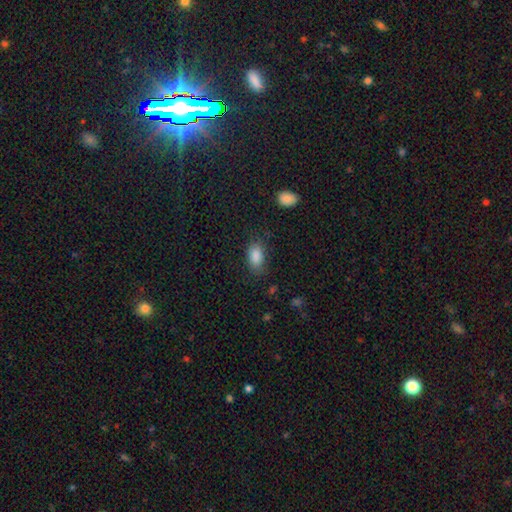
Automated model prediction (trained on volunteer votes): Morphology: type=smooth (87%); roundness=in between (90%); merging=none (73%).